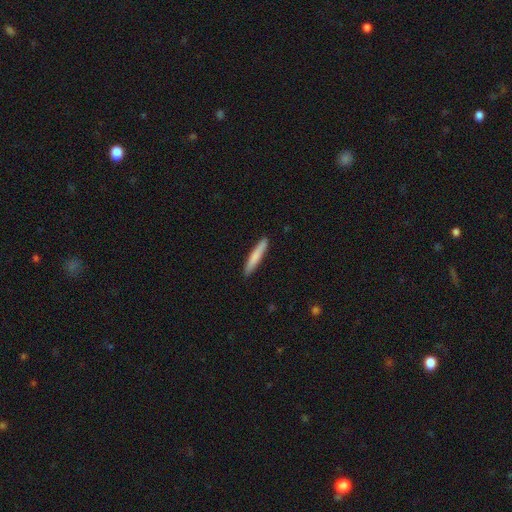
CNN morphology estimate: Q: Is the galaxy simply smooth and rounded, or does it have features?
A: smooth — 78%.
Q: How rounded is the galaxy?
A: cigar-shaped — 94%.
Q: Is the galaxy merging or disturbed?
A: none — 90%.